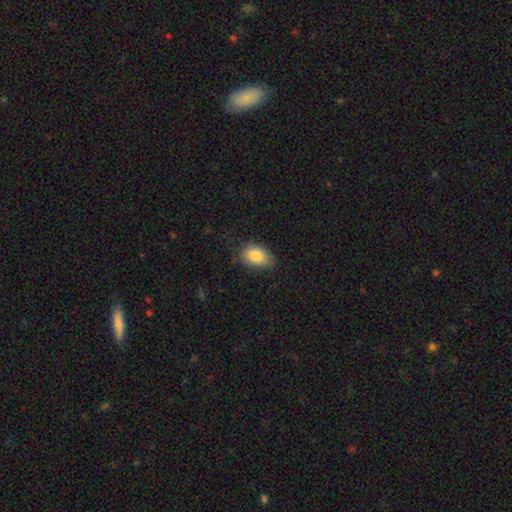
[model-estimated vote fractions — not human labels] smooth-or-featured: smooth: 83% | featured or disk: 10% | star or artifact: 7%
  how-rounded: in between: 87% | round: 12% | cigar-shaped: 1%
  merging: none: 68% | minor disturbance: 25% | major disturbance: 6% | merger: 1%